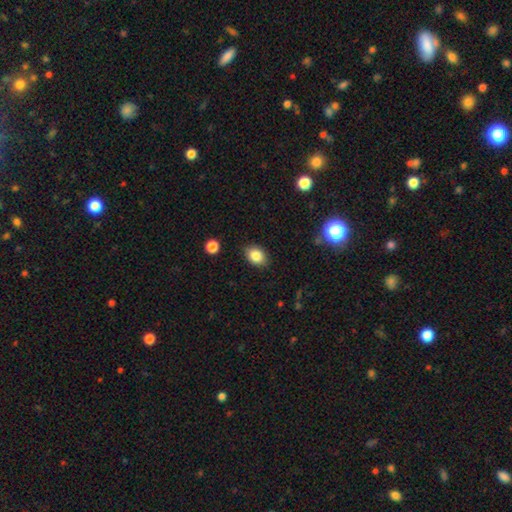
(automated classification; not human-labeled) Smooth or featured? Predicted: smooth (p=0.84). How rounded? Predicted: in between (p=0.73). Merging? Predicted: none (p=0.86).